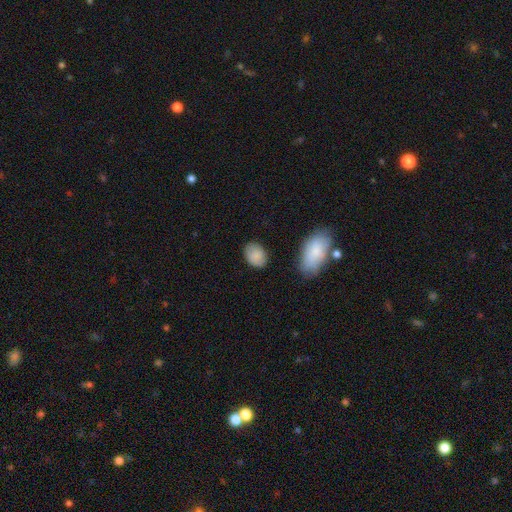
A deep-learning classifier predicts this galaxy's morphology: smooth 86%, featured or disk 7%, star or artifact 7%. Down the decision tree: how rounded — in between (79%); merging — none (79%).